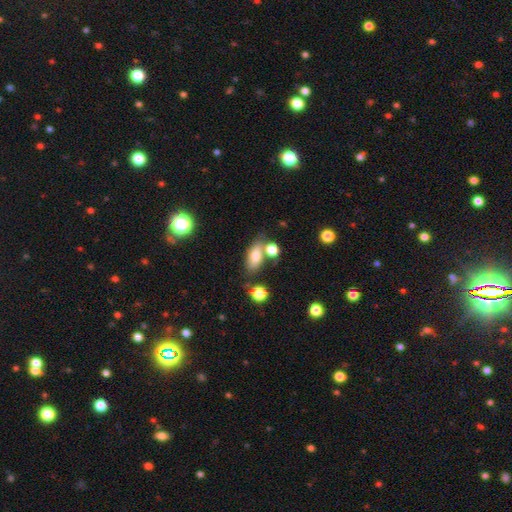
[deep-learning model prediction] Morphology: type=smooth (76%); roundness=in between (84%); merging=none (59%).